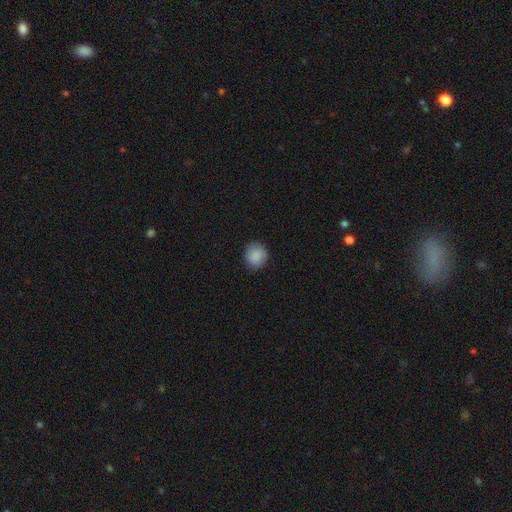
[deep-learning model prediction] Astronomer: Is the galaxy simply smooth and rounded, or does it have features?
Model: smooth — 88%.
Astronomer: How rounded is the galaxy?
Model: round — 84%.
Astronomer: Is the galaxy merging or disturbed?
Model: none — 85%.